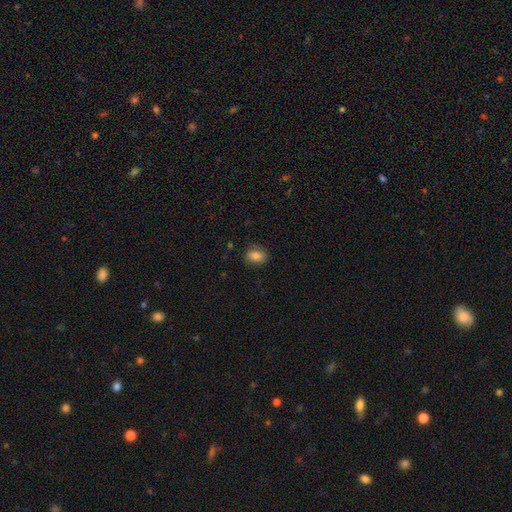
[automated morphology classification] type=smooth (79%); roundness=in between (70%); merging=none (79%).